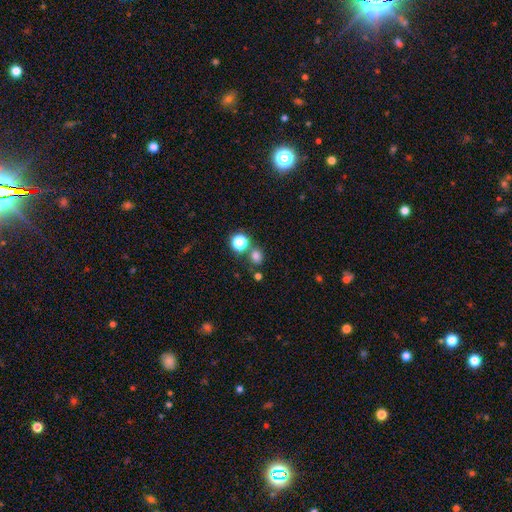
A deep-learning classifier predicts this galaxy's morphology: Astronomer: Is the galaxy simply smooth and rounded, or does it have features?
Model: smooth — 72%.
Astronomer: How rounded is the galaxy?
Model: round — 68%.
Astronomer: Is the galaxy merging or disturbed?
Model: none — 67%.